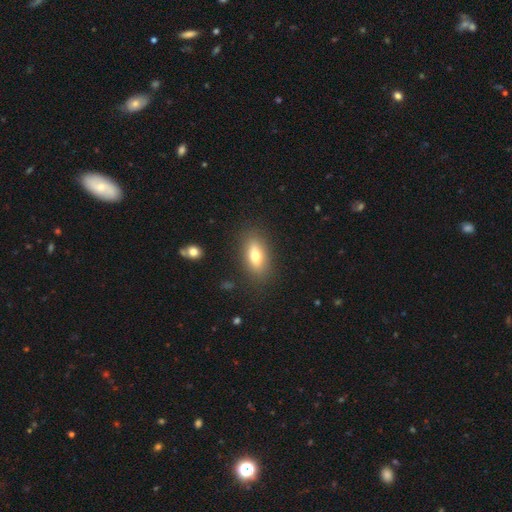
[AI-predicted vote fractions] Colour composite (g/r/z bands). It shows a smooth galaxy with no disk features (70%) that is in between round and cigar-shaped (80%). Merging: none (85%).